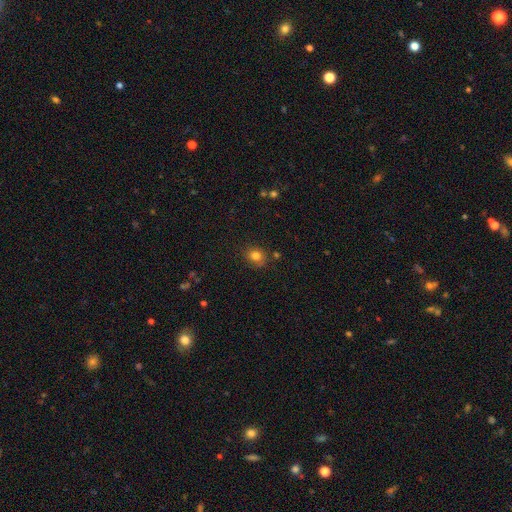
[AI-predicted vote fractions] Smooth or featured? smooth (80%)
How rounded? round (70%)
Merging? none (78%)